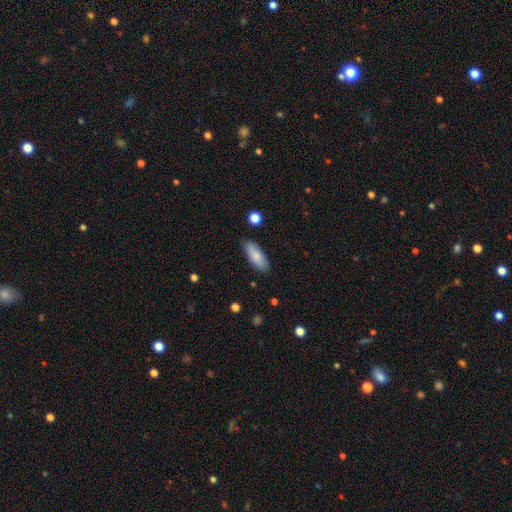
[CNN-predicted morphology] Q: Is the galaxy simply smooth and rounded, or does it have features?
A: smooth — 84%.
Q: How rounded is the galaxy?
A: in between — 69%.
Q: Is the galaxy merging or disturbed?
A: none — 85%.